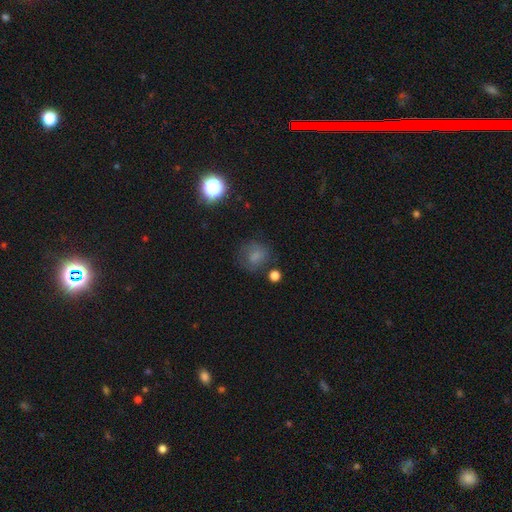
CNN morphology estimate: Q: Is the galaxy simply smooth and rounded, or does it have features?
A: smooth — 68%.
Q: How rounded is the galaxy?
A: round — 73%.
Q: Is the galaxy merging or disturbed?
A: none — 62%.